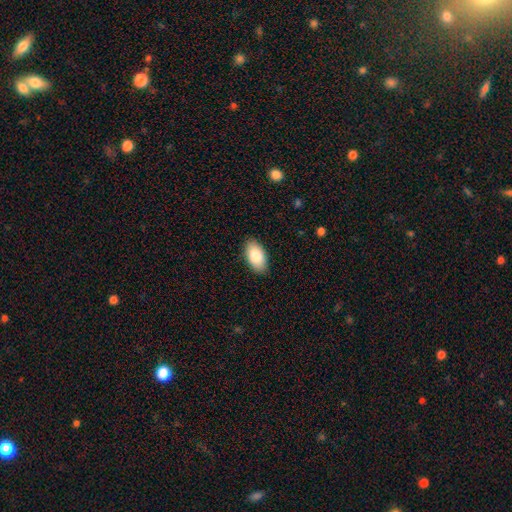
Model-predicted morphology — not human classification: The model was most divided on "smooth or featured": smooth: 85%, featured or disk: 9%, star or artifact: 6%. More confident: how rounded — in between (95%); merging — none (88%).